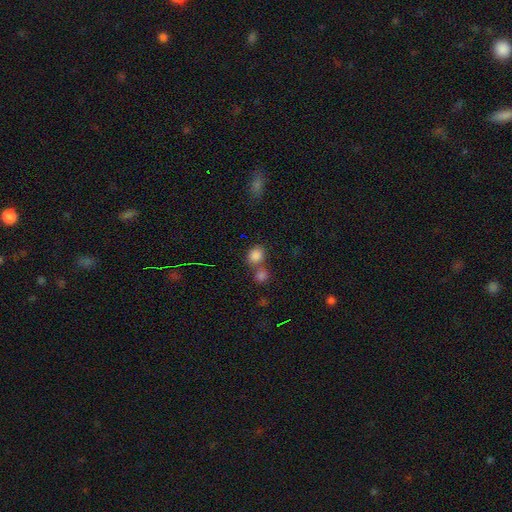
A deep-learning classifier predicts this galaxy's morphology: smooth-or-featured: smooth: 83% | star or artifact: 11% | featured or disk: 5%
  how-rounded: round: 70% | in between: 29% | cigar-shaped: 1%
  merging: none: 53% | merger: 35% | minor disturbance: 9% | major disturbance: 4%